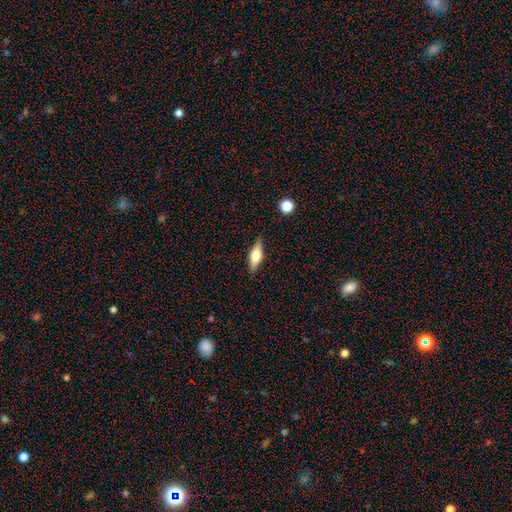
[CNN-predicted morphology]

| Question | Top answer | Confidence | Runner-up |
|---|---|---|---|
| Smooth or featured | featured or disk | 47% | smooth (46%) |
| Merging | none | 87% | minor disturbance (10%) |